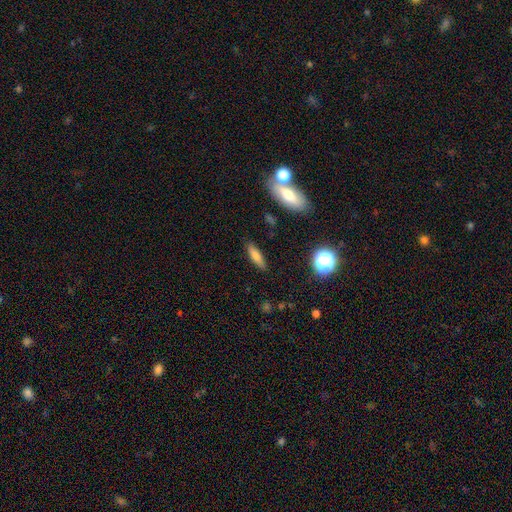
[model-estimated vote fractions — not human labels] smooth 75%, featured or disk 16%, star or artifact 9%. Down the decision tree: how rounded — cigar-shaped (51%); merging — none (85%).